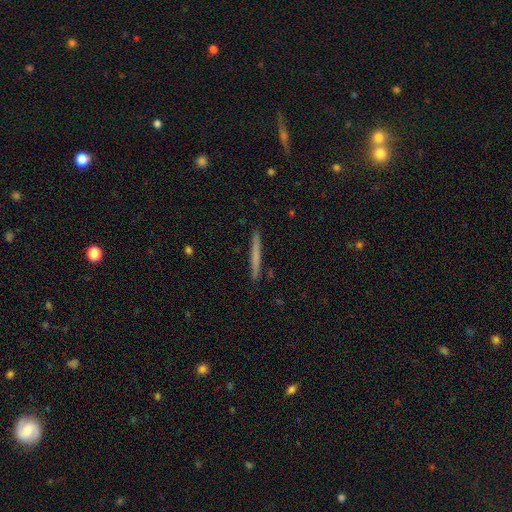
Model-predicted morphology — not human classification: This appears to be a smooth galaxy with no disk features (60%) that is cigar-shaped (97%). Merging: none (92%).